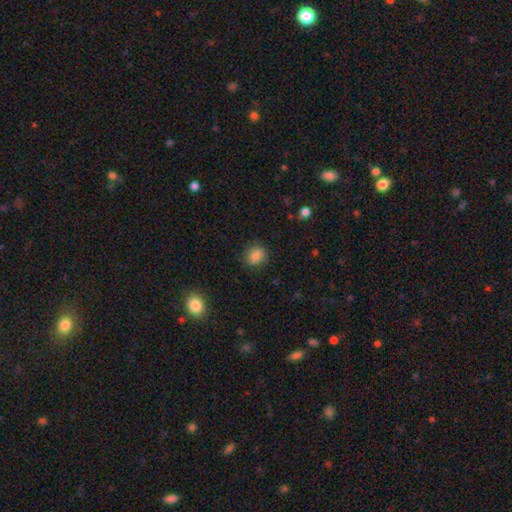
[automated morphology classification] The model was most divided on "how rounded": round: 71%, in between: 28%, cigar-shaped: 1%. More confident: merging — none (85%); smooth or featured — smooth (84%).